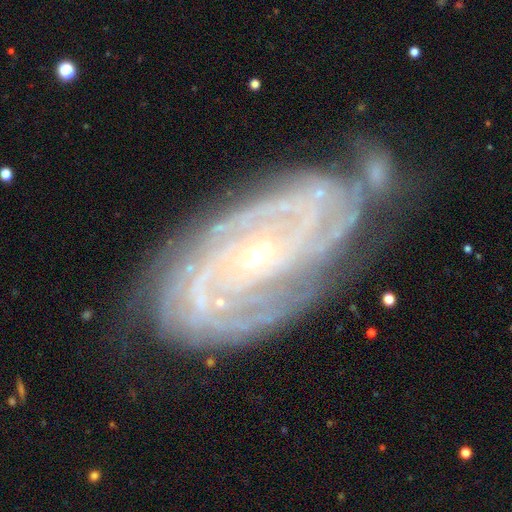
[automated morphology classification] Smooth or featured?
  - featured or disk: 90% *
  - star or artifact: 6%
  - smooth: 5%
Edge-on disk?
  - no: 95% *
  - yes: 5%
Bar?
  - no: 64% *
  - weak: 23%
  - strong: 13%
Spiral arms?
  - yes: 98% *
  - no: 2%
Spiral winding?
  - tight: 77% *
  - medium: 19%
  - loose: 4%
Spiral arm count?
  - can't tell: 23% *
  - 4: 21%
  - 2: 20%
  - 3: 19%
  - more than 4: 10%
  - 1: 7%
Bulge size?
  - small: 83% *
  - moderate: 14%
  - large: 1%
  - none: 1%
  - dominant: 1%
Merging?
  - none: 61% *
  - minor disturbance: 22%
  - major disturbance: 9%
  - merger: 9%